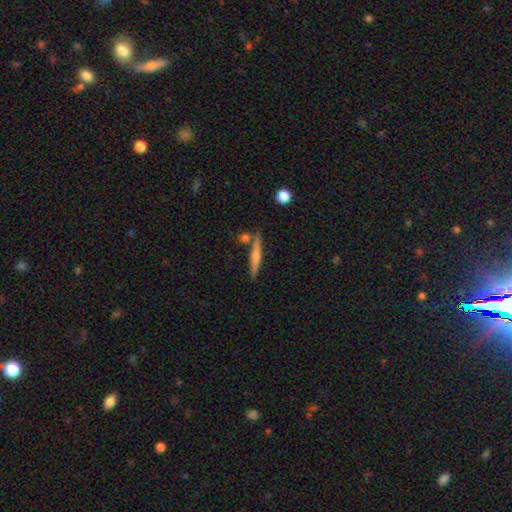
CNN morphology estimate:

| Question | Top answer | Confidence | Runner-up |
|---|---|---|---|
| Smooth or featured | featured or disk | 60% | smooth (32%) |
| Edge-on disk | yes | 97% | no (3%) |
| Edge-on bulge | rounded | 73% | none (19%) |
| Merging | none | 82% | minor disturbance (9%) |